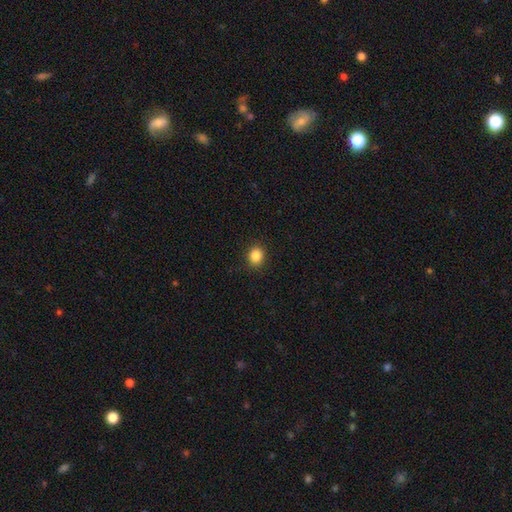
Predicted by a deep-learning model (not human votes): Q: Smooth or featured?
A: smooth (86%); runner-up: star or artifact (10%)
Q: How rounded?
A: round (78%); runner-up: in between (21%)
Q: Merging?
A: none (90%); runner-up: minor disturbance (7%)